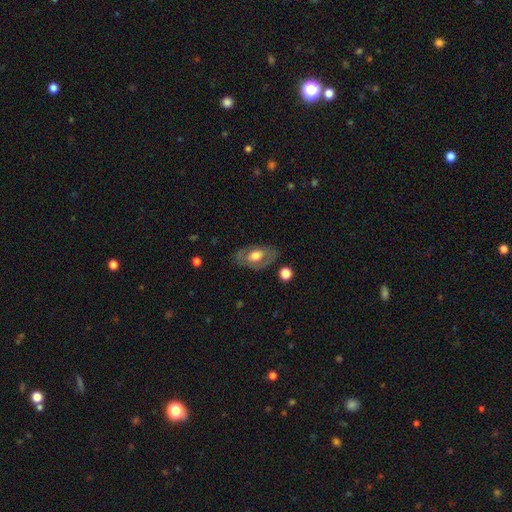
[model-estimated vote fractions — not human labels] A featured or disk galaxy (47%, tied with smooth).

Vote fractions:
- Smooth or featured? featured or disk: 47% (tied) / smooth: 47% (tied) / star or artifact: 6%
- Merging? none: 75% / minor disturbance: 17% / major disturbance: 7% / merger: 2%